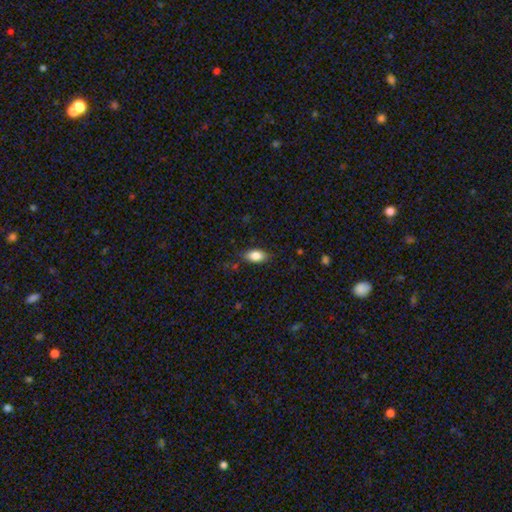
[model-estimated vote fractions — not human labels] The model was most divided on "merging": none: 81%, minor disturbance: 14%, major disturbance: 3%, merger: 1%. More confident: how rounded — in between (90%); smooth or featured — smooth (85%).